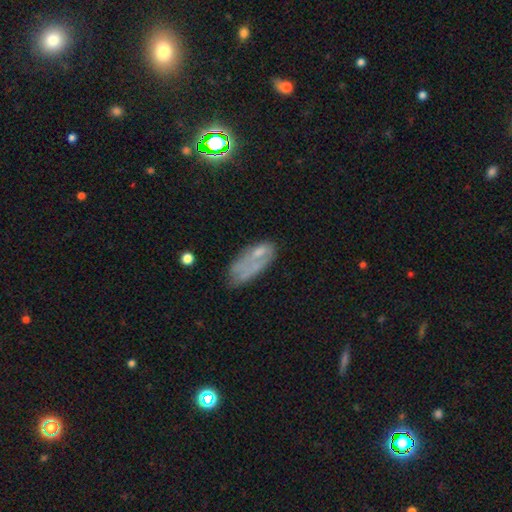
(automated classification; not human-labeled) The model was most divided on "smooth or featured": smooth: 48%, featured or disk: 37%, star or artifact: 14%. Remaining: merging — none (43%).